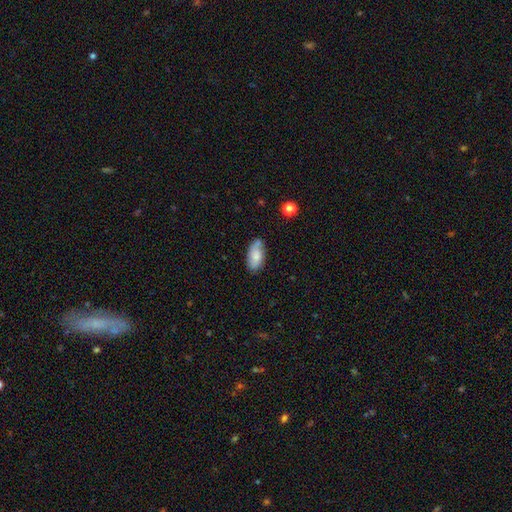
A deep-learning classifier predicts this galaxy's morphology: Smooth or featured: smooth — 71% (featured or disk — 22%)
How rounded: in between — 93% (cigar-shaped — 4%)
Merging: none — 62% (minor disturbance — 26%)